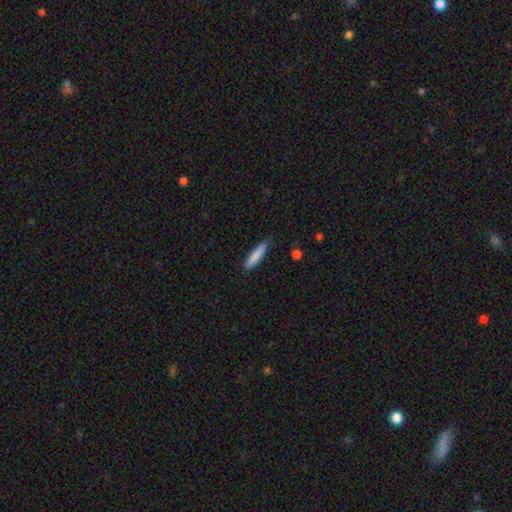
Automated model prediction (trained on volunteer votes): A smooth galaxy with no disk features (84%) that is cigar-shaped (85%). Merging: none (84%).